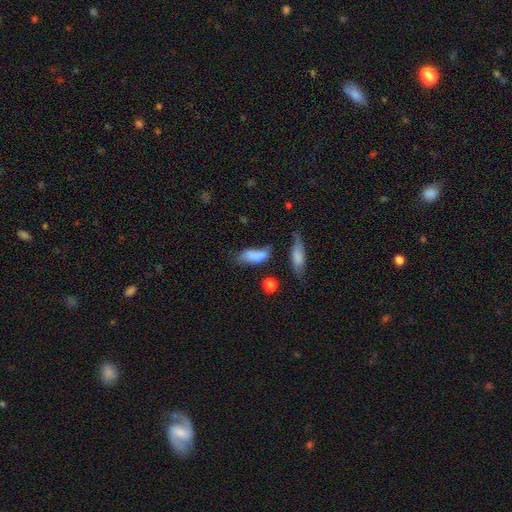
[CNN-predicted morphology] Q: Smooth or featured?
A: smooth (76%); runner-up: featured or disk (15%)
Q: How rounded?
A: in between (73%); runner-up: cigar-shaped (23%)
Q: Merging?
A: none (36%); runner-up: minor disturbance (29%)